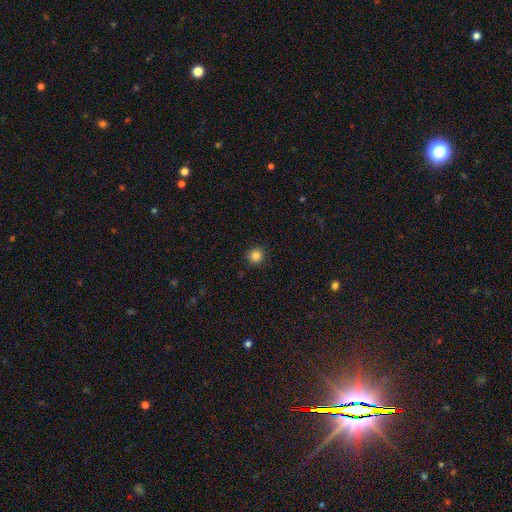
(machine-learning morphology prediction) smooth_or_featured: smooth (p=0.85) [alt: star or artifact p=0.12]
how_rounded: round (p=0.94) [alt: in between p=0.05]
merging: none (p=0.91) [alt: minor disturbance p=0.06]